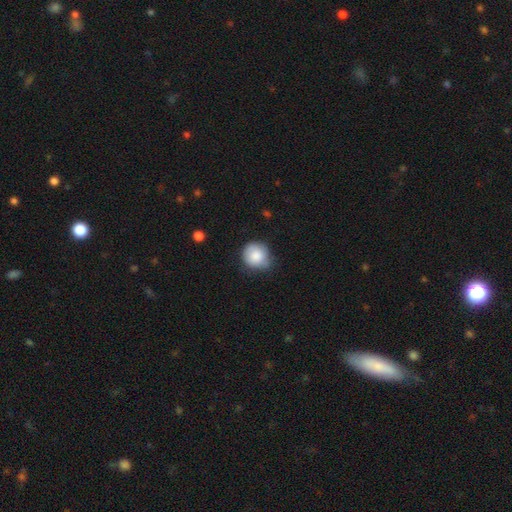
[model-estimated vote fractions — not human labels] smooth 84%, featured or disk 9%, star or artifact 7%. Down the decision tree: how rounded — round (85%); merging — none (61%).